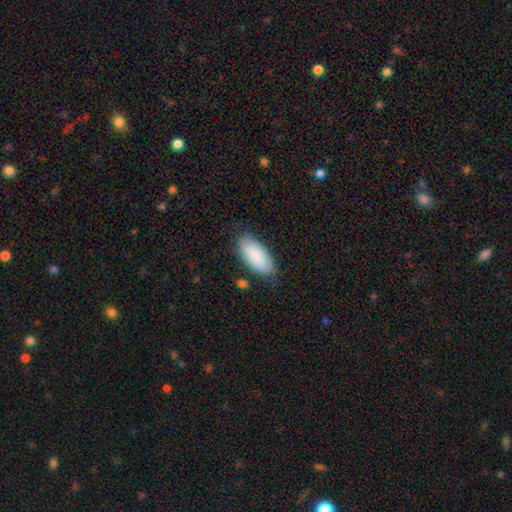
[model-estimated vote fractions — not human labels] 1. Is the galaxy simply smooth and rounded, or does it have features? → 86% smooth, 8% featured or disk, 6% star or artifact.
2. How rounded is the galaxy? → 90% in between, 8% cigar-shaped, 2% round.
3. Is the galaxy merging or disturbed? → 75% none, 19% minor disturbance, 4% major disturbance, 2% merger.